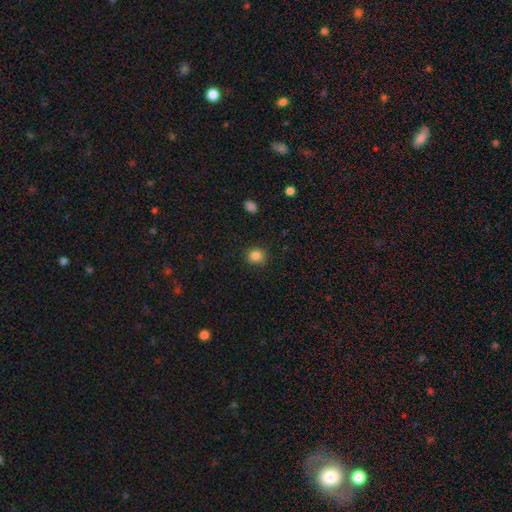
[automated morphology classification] smooth_or_featured: smooth (p=0.85) [alt: star or artifact p=0.11]
how_rounded: round (p=0.83) [alt: in between p=0.16]
merging: none (p=0.86) [alt: minor disturbance p=0.10]